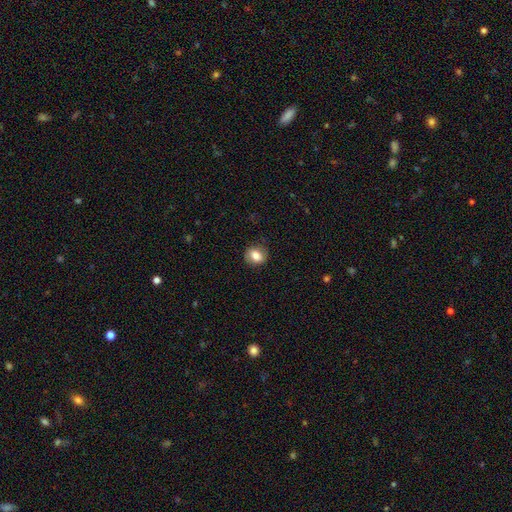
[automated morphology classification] Smooth or featured?
  - smooth: 77% *
  - featured or disk: 15%
  - star or artifact: 9%
How rounded?
  - round: 56% *
  - in between: 42%
  - cigar-shaped: 1%
Merging?
  - none: 82% *
  - minor disturbance: 13%
  - major disturbance: 4%
  - merger: 1%